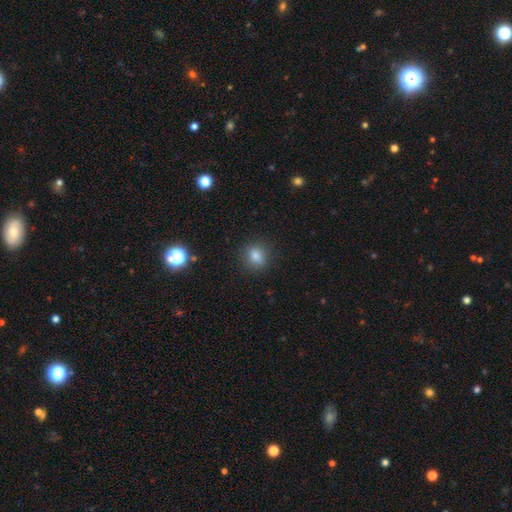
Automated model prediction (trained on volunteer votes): Overall: smooth (79%). How rounded: round (72%). Merging: none (86%).